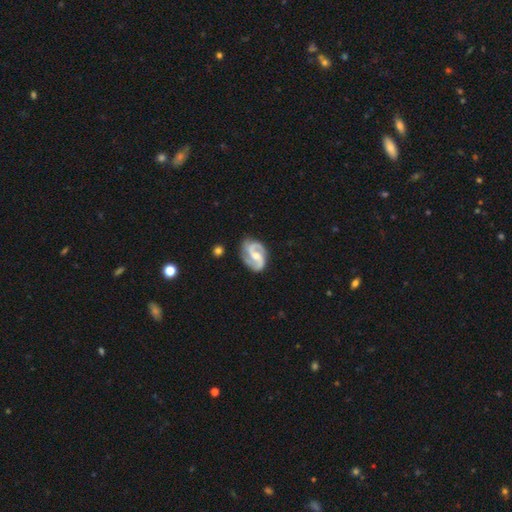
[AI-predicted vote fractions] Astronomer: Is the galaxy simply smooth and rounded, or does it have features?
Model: featured or disk — 91%.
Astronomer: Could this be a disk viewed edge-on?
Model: no — 98%.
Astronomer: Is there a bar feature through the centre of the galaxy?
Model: weak — 45% (runner-up: no, 35%).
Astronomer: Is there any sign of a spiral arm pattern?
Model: yes — 98%.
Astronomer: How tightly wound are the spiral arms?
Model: medium — 55%.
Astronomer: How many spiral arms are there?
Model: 2 — 91%.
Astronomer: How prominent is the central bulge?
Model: moderate — 56% (runner-up: small, 34%).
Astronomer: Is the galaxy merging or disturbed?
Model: none — 78%.